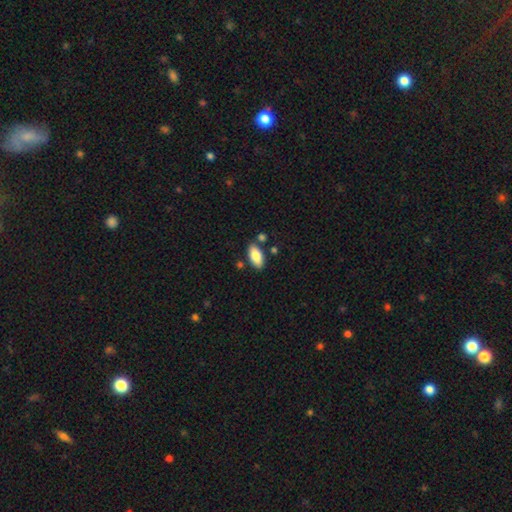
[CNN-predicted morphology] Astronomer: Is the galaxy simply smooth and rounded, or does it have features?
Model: smooth — 83%.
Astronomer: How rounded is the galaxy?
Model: in between — 91%.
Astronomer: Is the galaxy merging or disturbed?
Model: none — 80%.